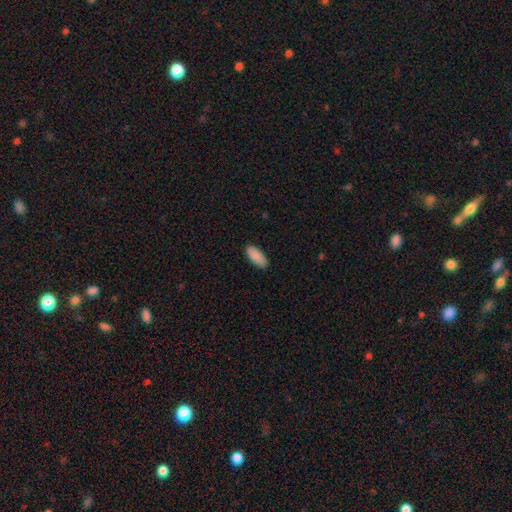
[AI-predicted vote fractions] The model was most divided on "how rounded": in between: 85%, cigar-shaped: 14%, round: 2%. More confident: smooth or featured — smooth (90%); merging — none (87%).